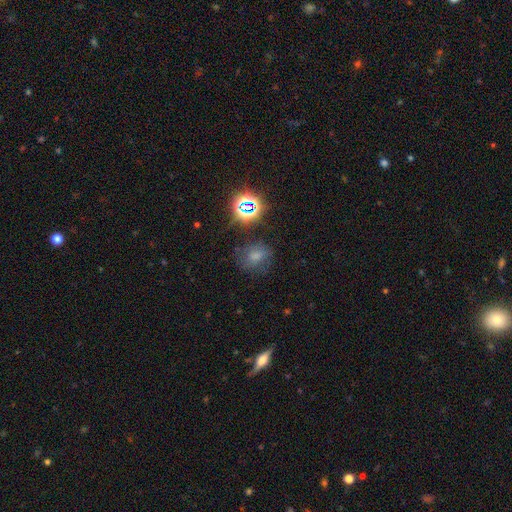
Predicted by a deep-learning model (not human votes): Smooth or featured: smooth — 60% (star or artifact — 26%)
How rounded: round — 50% (in between — 49%)
Merging: none — 65% (minor disturbance — 21%)